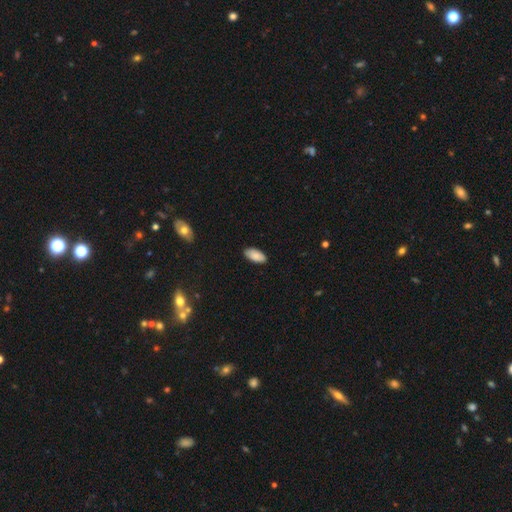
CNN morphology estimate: smooth_or_featured: smooth (p=0.86) [alt: featured or disk p=0.07]
how_rounded: in between (p=0.93) [alt: cigar-shaped p=0.05]
merging: none (p=0.86) [alt: minor disturbance p=0.11]